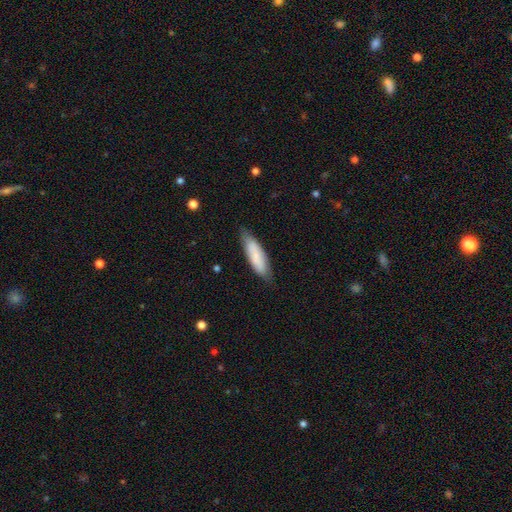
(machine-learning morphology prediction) A smooth galaxy with no disk features (75%) that is cigar-shaped (50%). Merging: none (76%).